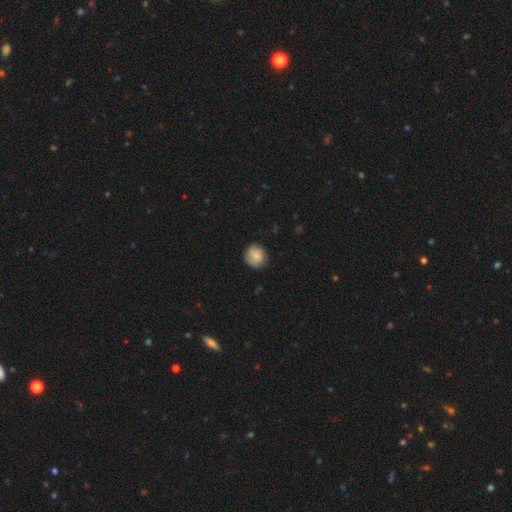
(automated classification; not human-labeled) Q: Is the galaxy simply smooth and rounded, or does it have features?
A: smooth — 74%.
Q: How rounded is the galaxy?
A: round — 88%.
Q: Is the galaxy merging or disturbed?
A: none — 81%.